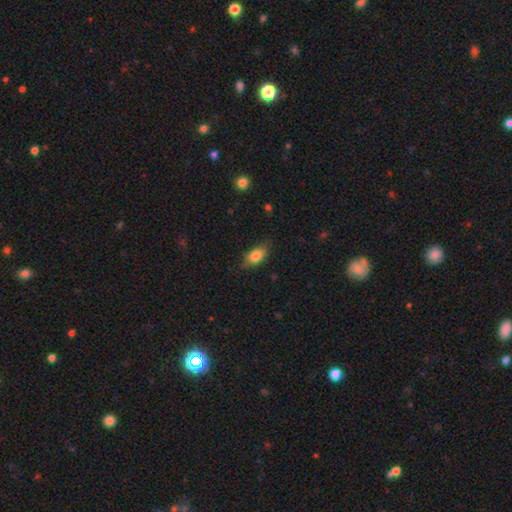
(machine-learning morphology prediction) Q: Smooth or featured?
A: smooth (80%); runner-up: featured or disk (13%)
Q: How rounded?
A: in between (86%); runner-up: cigar-shaped (8%)
Q: Merging?
A: none (76%); runner-up: minor disturbance (19%)